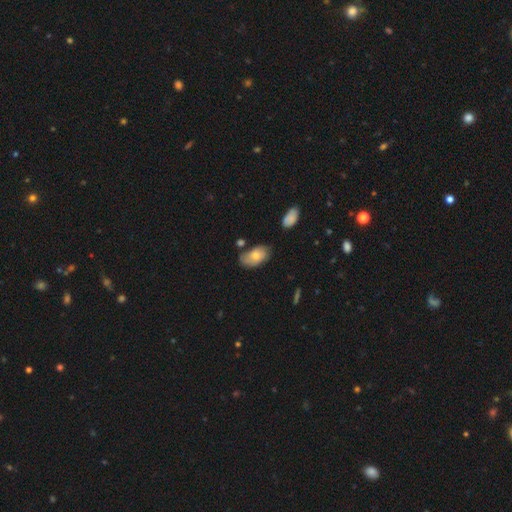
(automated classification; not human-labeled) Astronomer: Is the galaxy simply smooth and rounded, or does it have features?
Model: smooth — 63%.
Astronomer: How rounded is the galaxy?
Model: in between — 92%.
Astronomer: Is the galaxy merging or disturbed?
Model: none — 53% (runner-up: minor disturbance, 32%).